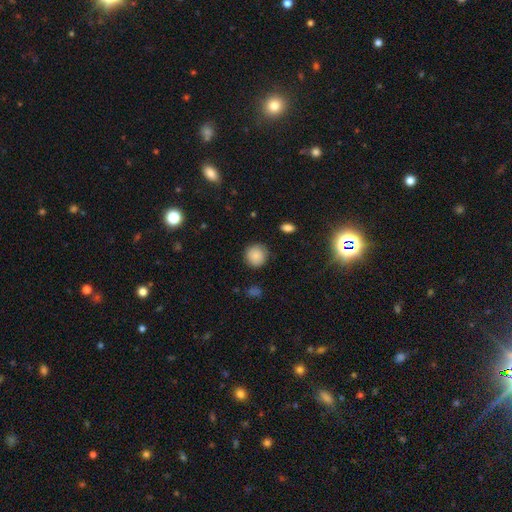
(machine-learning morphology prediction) A smooth galaxy with no disk features (85%) that is round (92%). Merging: none (85%).